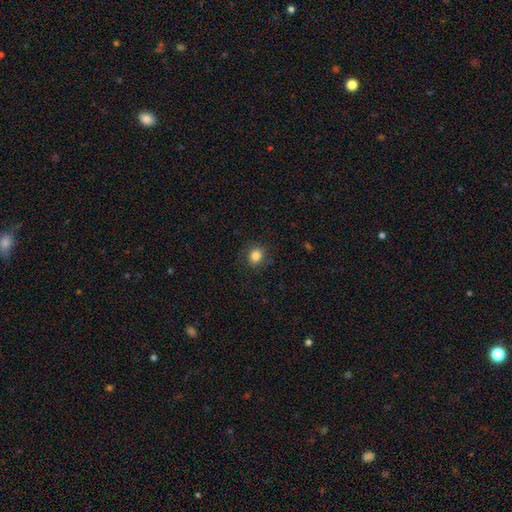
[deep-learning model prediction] A smooth galaxy with no disk features (83%) that is round (76%). Merging: none (85%).